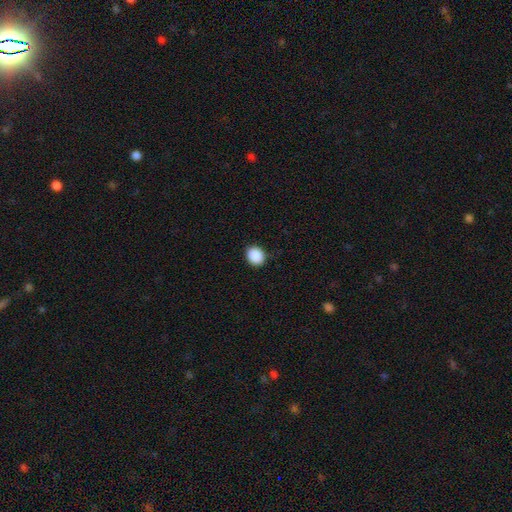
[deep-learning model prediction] Overall: smooth (90%). How rounded: round (63%; in between 36%). Merging: none (89%).